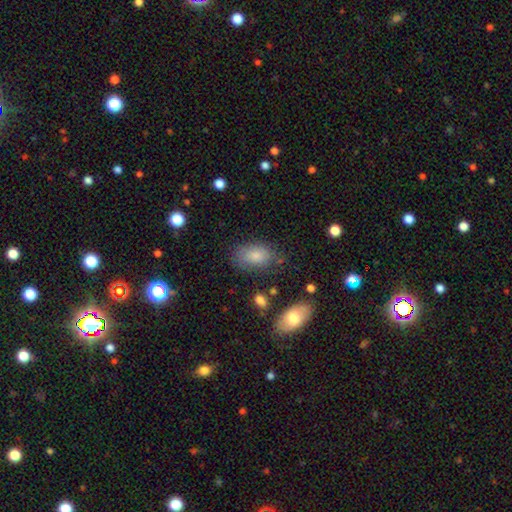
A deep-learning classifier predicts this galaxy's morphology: Smooth or featured? smooth (82%)
How rounded? in between (91%)
Merging? none (73%)